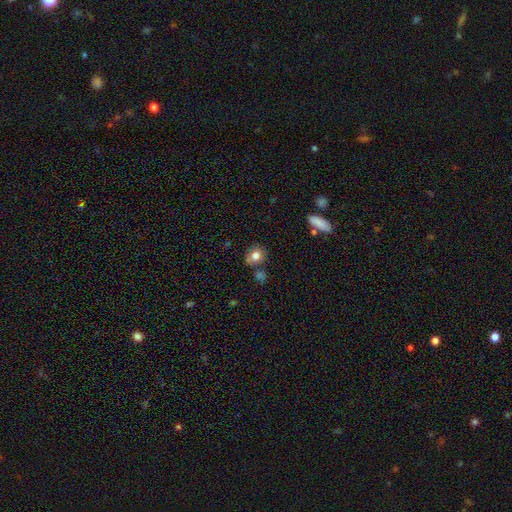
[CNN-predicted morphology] Overall: smooth (76%). How rounded: round (69%; in between 30%). Merging: none (73%).